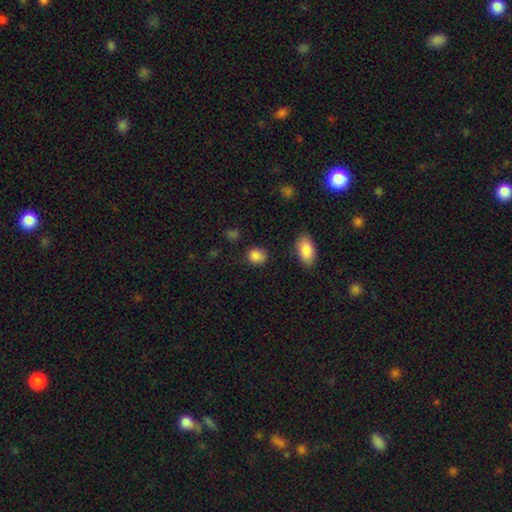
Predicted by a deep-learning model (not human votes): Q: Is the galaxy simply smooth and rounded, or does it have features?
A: smooth — 86%.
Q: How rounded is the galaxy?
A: round — 62%.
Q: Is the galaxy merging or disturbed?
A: none — 78%.